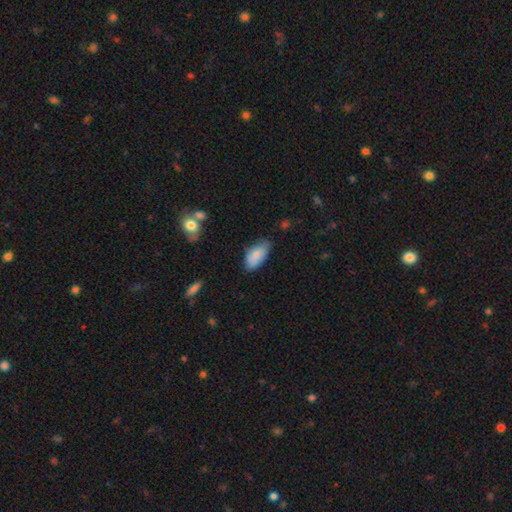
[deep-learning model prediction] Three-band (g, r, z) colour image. It shows a smooth galaxy with no disk features (81%) that is in between round and cigar-shaped (92%). Merging: none (61%).